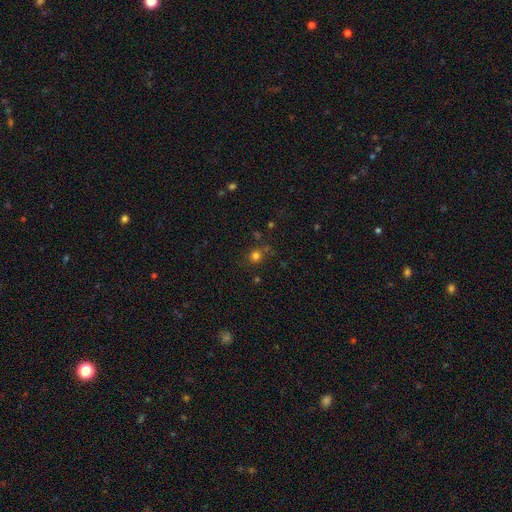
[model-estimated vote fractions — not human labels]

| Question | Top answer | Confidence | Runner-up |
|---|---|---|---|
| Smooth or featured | smooth | 73% | star or artifact (21%) |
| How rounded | round | 86% | in between (13%) |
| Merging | none | 74% | minor disturbance (13%) |